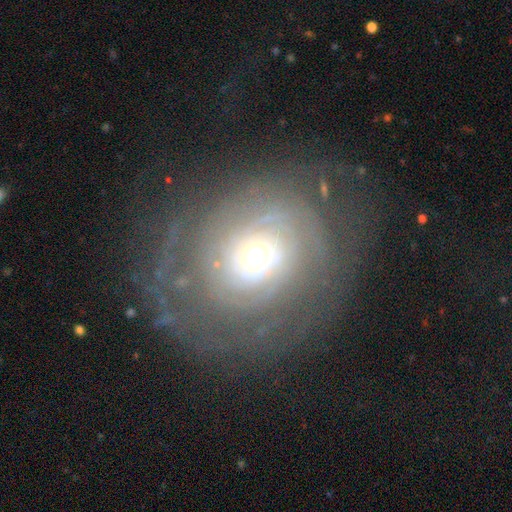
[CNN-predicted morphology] smooth-or-featured: featured or disk: 78% | smooth: 14% | star or artifact: 9%
  disk-edge-on: no: 96% | yes: 4%
    bar: no: 83% | weak: 12% | strong: 5%
    has-spiral-arms: yes: 83% | no: 17%
      spiral-winding: tight: 74% | medium: 17% | loose: 8%
      spiral-arm-count: can't tell: 41% | 2: 18% | 3: 12% | more than 4: 11% | 4: 10% | 1: 9%
    bulge-size: moderate: 64% | large: 17% | small: 14% | dominant: 3% | none: 1%
  merging: none: 71% | minor disturbance: 14% | major disturbance: 12% | merger: 2%